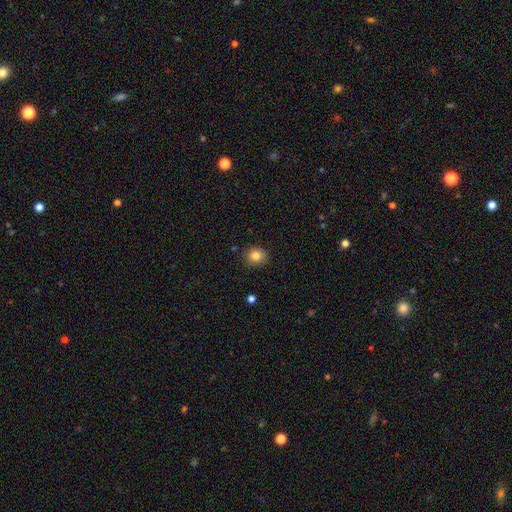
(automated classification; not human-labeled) Smooth or featured: smooth — 83% (star or artifact — 11%)
How rounded: round — 81% (in between — 19%)
Merging: none — 87% (minor disturbance — 9%)